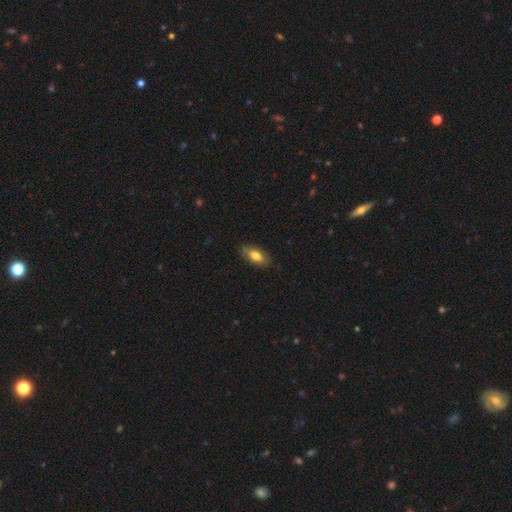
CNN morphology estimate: A smooth galaxy with no disk features (73%) that is in between round and cigar-shaped (83%). Merging: none (81%).